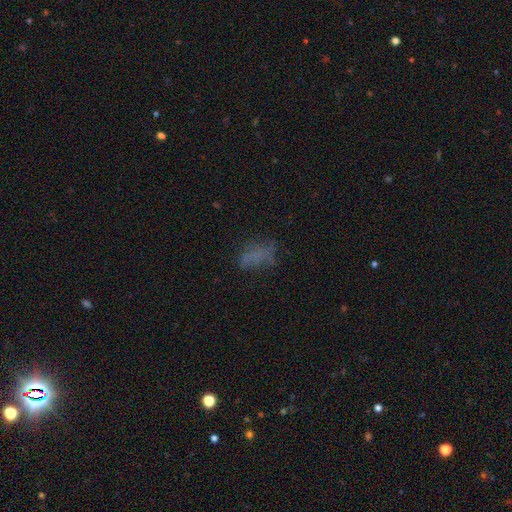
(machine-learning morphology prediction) This appears to be a smooth galaxy with no disk features (55%) that is in between round and cigar-shaped (82%). Merging: none (50%).